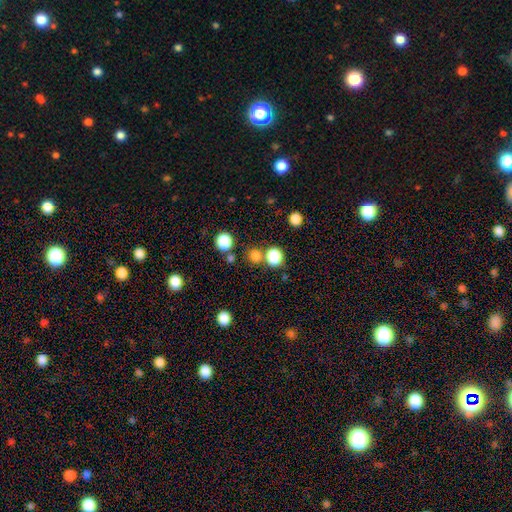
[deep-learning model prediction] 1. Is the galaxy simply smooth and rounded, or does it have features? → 79% smooth, 16% star or artifact, 5% featured or disk.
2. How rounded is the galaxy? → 87% round, 12% in between, 1% cigar-shaped.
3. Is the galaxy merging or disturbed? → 69% none, 21% merger, 7% minor disturbance, 3% major disturbance.